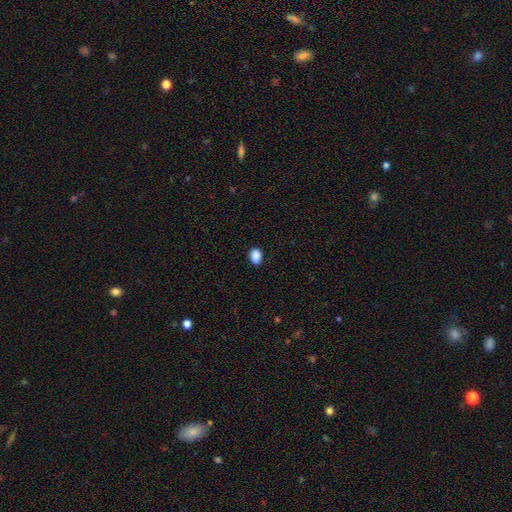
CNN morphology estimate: Smooth or featured: smooth — 89% (star or artifact — 8%)
How rounded: in between — 69% (round — 30%)
Merging: none — 86% (minor disturbance — 11%)